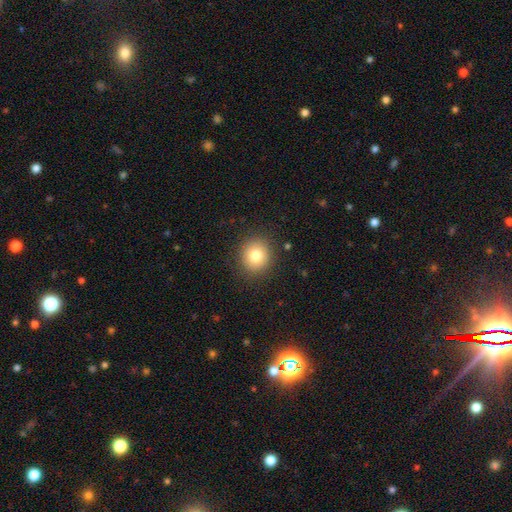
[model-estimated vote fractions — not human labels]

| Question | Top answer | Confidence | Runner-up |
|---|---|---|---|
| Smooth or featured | smooth | 80% | star or artifact (11%) |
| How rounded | round | 85% | in between (14%) |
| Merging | none | 89% | minor disturbance (7%) |